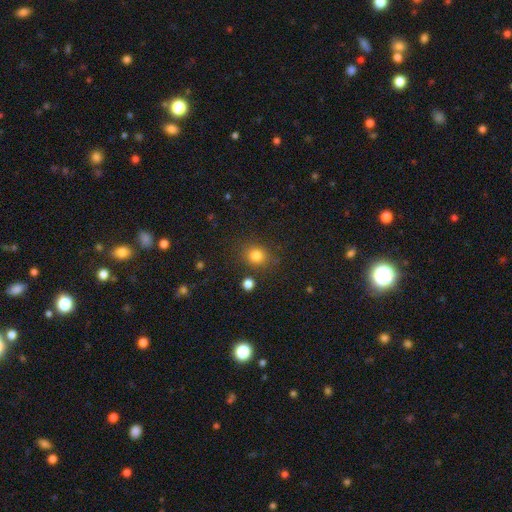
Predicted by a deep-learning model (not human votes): Overall: smooth (81%). How rounded: round (77%). Merging: none (81%).